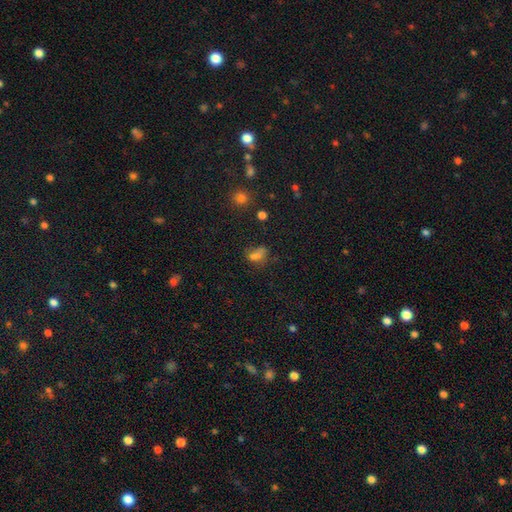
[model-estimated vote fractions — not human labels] Smooth or featured? smooth (61%)
How rounded? in between (64%)
Merging? none (43%)